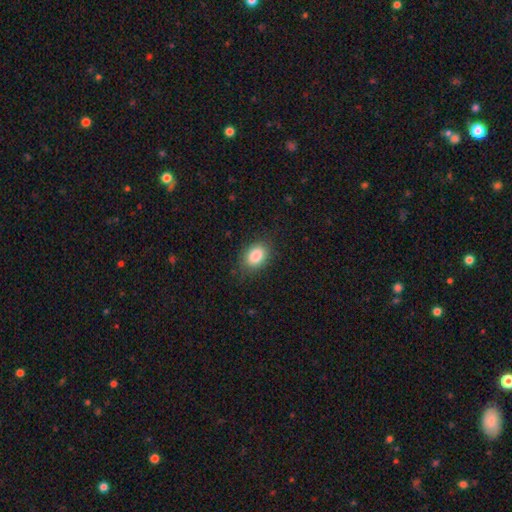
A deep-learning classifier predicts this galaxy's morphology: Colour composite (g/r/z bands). It shows a smooth galaxy with no disk features (86%) that is in between round and cigar-shaped (79%). Merging: none (82%).